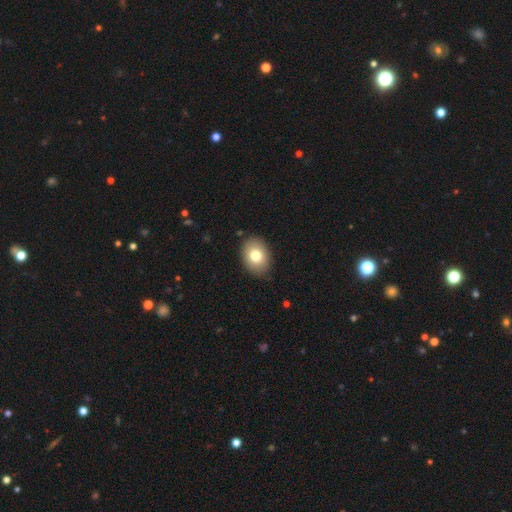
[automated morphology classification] The model was most divided on "how rounded": in between: 72%, round: 27%, cigar-shaped: 1%. More confident: merging — none (86%); smooth or featured — smooth (78%).